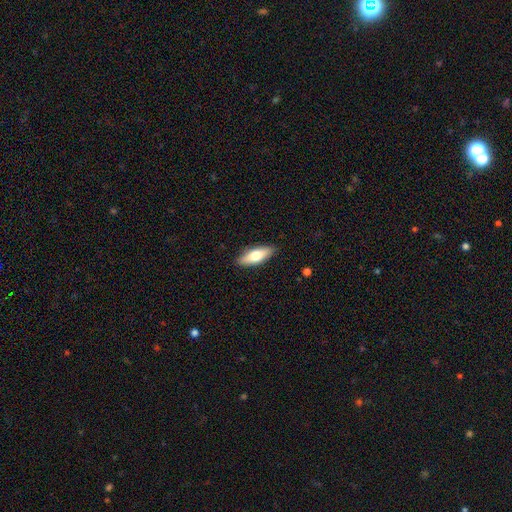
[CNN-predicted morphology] This is likely a smooth galaxy (68%). How rounded: likely in between (67%). Merging: clearly none (88%).